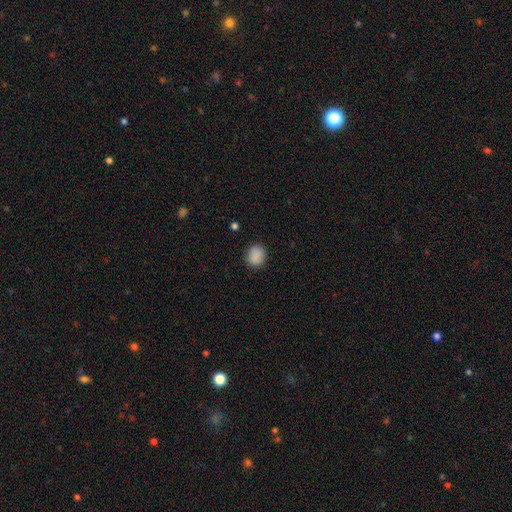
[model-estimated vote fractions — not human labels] A smooth galaxy with no disk features (88%) that is round (75%).

Vote fractions:
- Smooth or featured? smooth: 88% / star or artifact: 9% / featured or disk: 3%
- How rounded? round: 75% / in between: 24% / cigar-shaped: 1%
- Merging? none: 86% / minor disturbance: 10% / major disturbance: 3% / merger: 1%